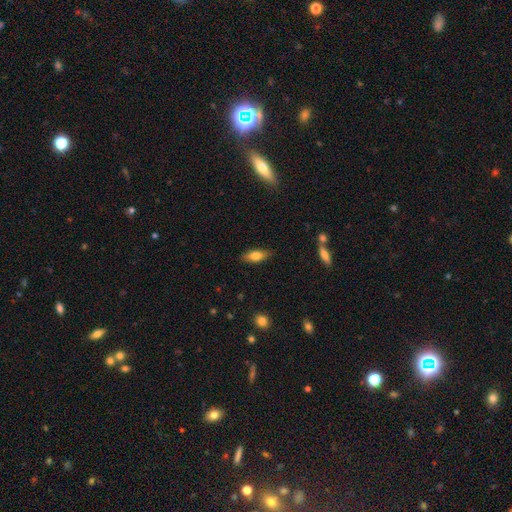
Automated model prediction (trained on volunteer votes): A smooth galaxy with no disk features (71%) that is in between round and cigar-shaped (72%). Merging: none (85%).